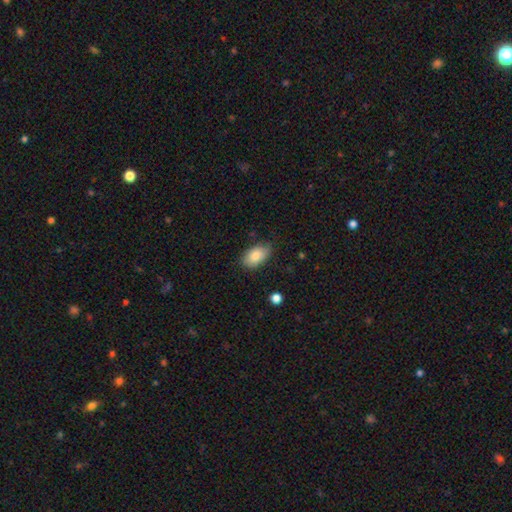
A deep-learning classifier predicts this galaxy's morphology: A smooth galaxy with no disk features (85%) that is in between round and cigar-shaped (93%). Merging: none (75%).